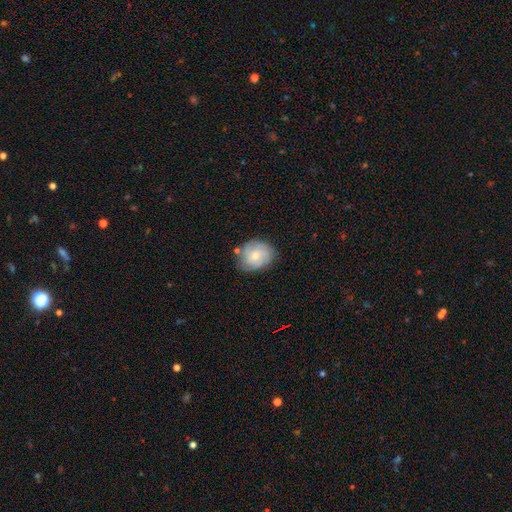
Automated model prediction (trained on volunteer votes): Overall: smooth (47%; featured or disk 46%). Merging: none (70%).